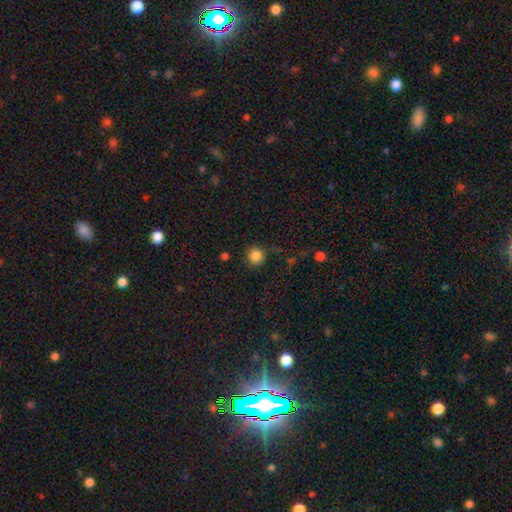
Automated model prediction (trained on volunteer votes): This is clearly a smooth galaxy (85%). How rounded: clearly round (95%). Merging: clearly none (87%).